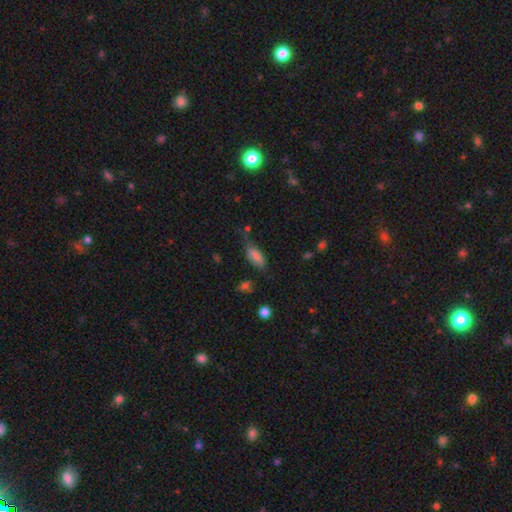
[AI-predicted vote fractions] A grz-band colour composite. It shows a smooth galaxy with no disk features (74%) that is in between round and cigar-shaped (78%). Merging: none (48%).